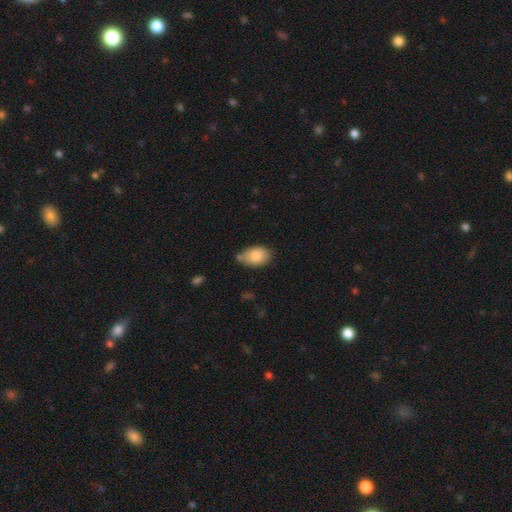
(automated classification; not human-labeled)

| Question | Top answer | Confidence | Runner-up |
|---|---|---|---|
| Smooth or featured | smooth | 85% | featured or disk (8%) |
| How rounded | in between | 89% | round (10%) |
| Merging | none | 61% | minor disturbance (26%) |